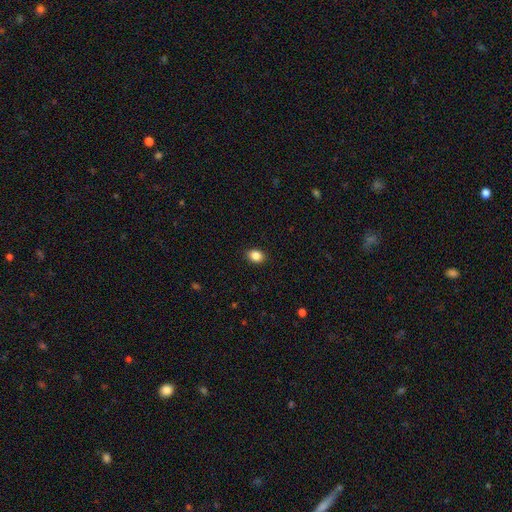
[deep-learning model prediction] Smooth or featured? Predicted: smooth (p=0.86). How rounded? Predicted: in between (p=0.59). Merging? Predicted: none (p=0.90).